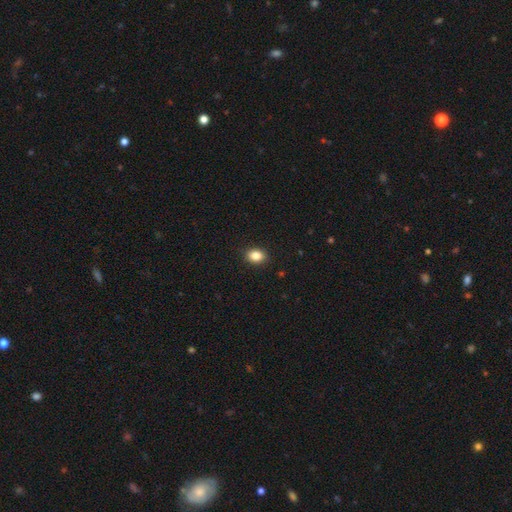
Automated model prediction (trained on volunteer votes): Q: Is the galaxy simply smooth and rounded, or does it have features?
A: smooth — 85%.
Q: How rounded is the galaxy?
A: in between — 59%.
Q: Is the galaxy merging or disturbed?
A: none — 90%.